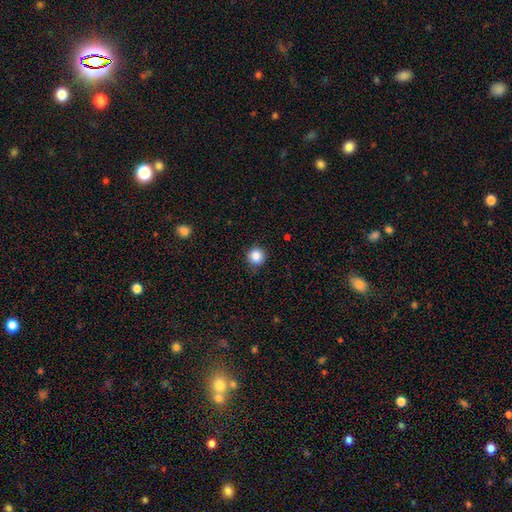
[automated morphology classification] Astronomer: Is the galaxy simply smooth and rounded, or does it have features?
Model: smooth — 85%.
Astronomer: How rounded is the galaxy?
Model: round — 94%.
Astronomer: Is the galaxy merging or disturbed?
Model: none — 87%.